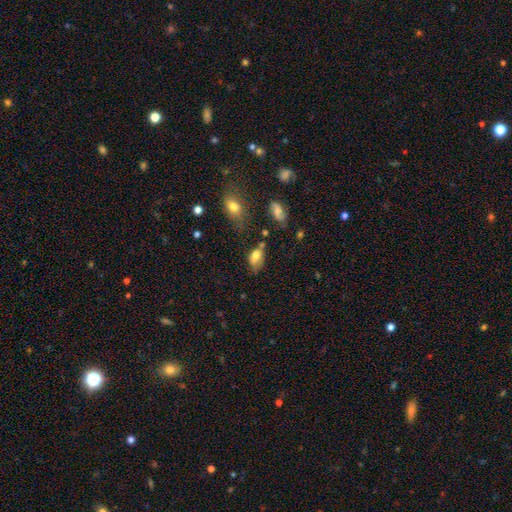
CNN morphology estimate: smooth_or_featured: smooth (p=0.75) [alt: featured or disk p=0.16]
how_rounded: in between (p=0.90) [alt: round p=0.08]
merging: none (p=0.44) [alt: minor disturbance p=0.34]